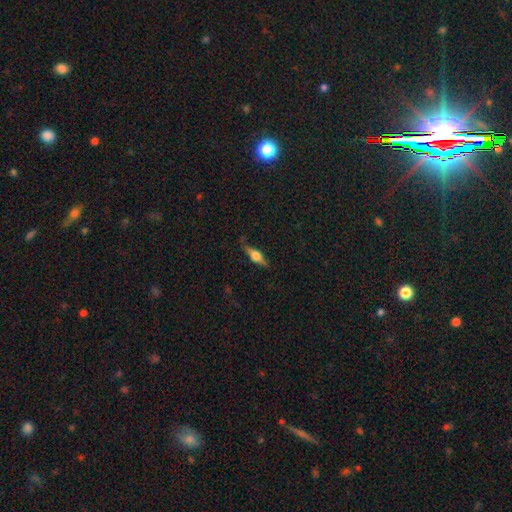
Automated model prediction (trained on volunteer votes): A featured or disk galaxy (58%) viewed edge-on (95%) with a rounded central bulge (91%).

Vote fractions:
- Smooth or featured? featured or disk: 58% / smooth: 34% / star or artifact: 7%
- Edge-on disk? yes: 95% / no: 5%
- Edge-on bulge? rounded: 91% / boxy: 7% / none: 2%
- Merging? none: 82% / minor disturbance: 14% / major disturbance: 3% / merger: 1%